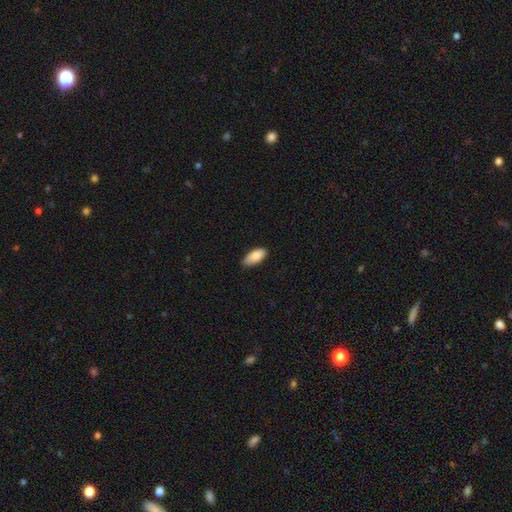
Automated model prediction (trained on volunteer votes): smooth 87%, featured or disk 7%, star or artifact 6%. Down the decision tree: how rounded — in between (91%); merging — none (78%).